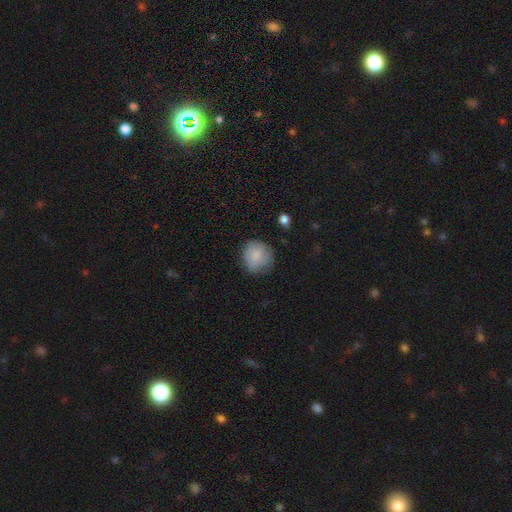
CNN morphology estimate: Smooth or featured: smooth — 85% (featured or disk — 8%)
How rounded: round — 84% (in between — 15%)
Merging: none — 73% (minor disturbance — 21%)